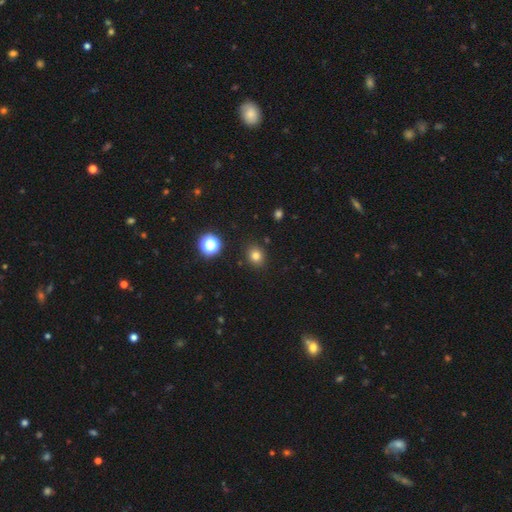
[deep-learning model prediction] Smooth or featured? smooth (78%)
How rounded? round (67%)
Merging? none (87%)